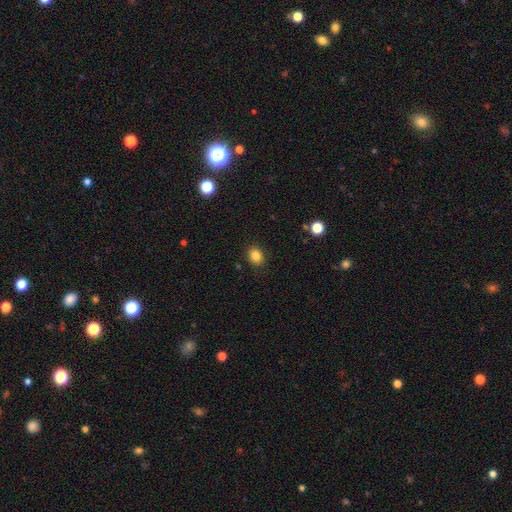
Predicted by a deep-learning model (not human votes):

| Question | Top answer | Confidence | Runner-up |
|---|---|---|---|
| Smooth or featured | smooth | 84% | star or artifact (11%) |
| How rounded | round | 57% | in between (42%) |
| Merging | none | 89% | minor disturbance (8%) |